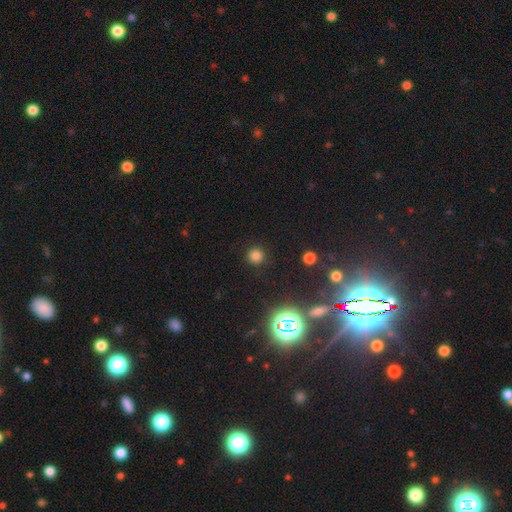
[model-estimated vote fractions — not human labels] Smooth or featured: smooth — 77% (star or artifact — 19%)
How rounded: round — 93% (in between — 5%)
Merging: none — 90% (minor disturbance — 6%)